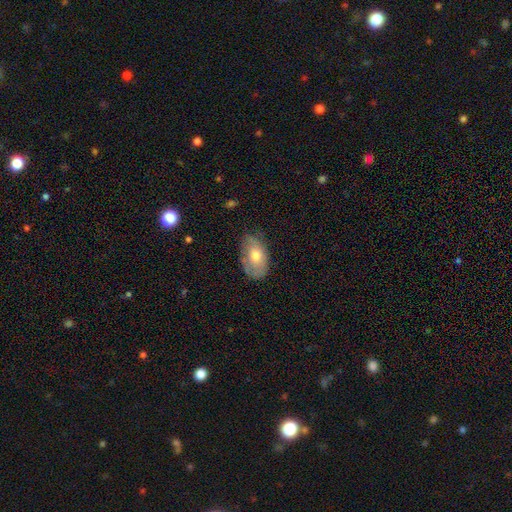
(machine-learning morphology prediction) This appears to be a smooth galaxy with no disk features (61%) that is in between round and cigar-shaped (92%). Merging: none (63%).